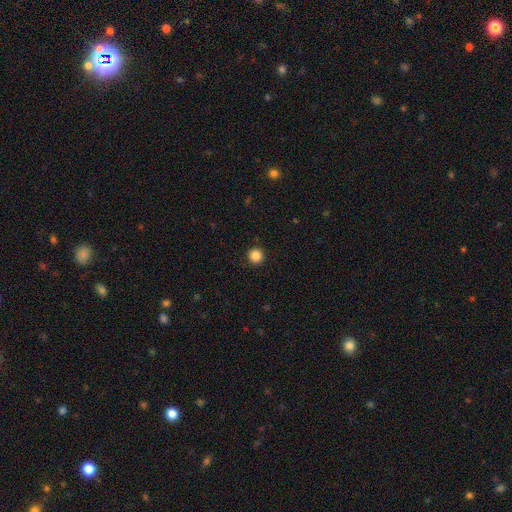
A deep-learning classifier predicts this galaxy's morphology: The model was most divided on "smooth or featured": smooth: 86%, star or artifact: 11%, featured or disk: 3%. More confident: how rounded — round (96%); merging — none (93%).